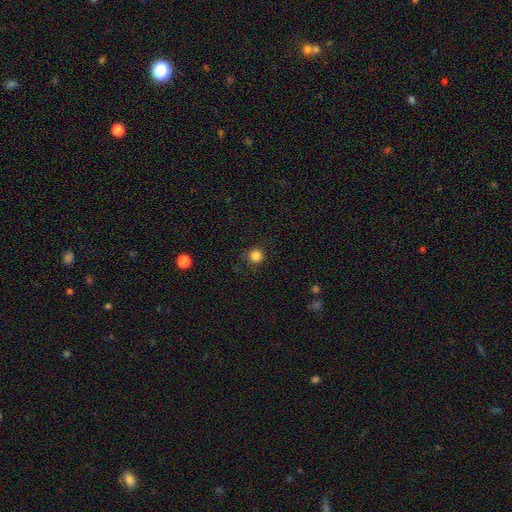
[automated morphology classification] A smooth galaxy with no disk features (84%) that is round (95%).

Vote fractions:
- Smooth or featured? smooth: 84% / star or artifact: 12% / featured or disk: 4%
- How rounded? round: 95% / in between: 4% / cigar-shaped: 1%
- Merging? none: 88% / minor disturbance: 8% / major disturbance: 3% / merger: 1%